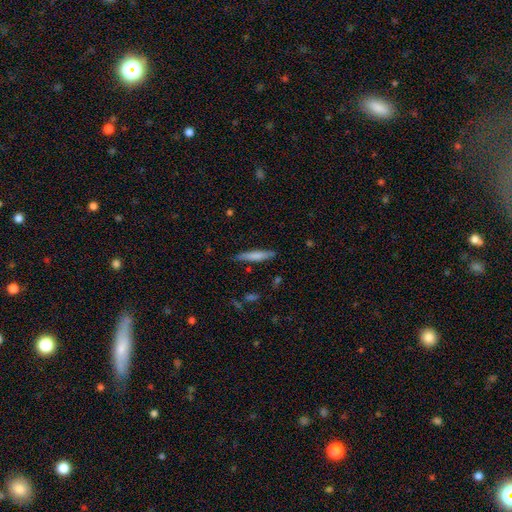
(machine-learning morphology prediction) smooth-or-featured: smooth: 72% | featured or disk: 22% | star or artifact: 6%
  how-rounded: cigar-shaped: 90% | in between: 8% | round: 1%
  merging: none: 83% | minor disturbance: 13% | major disturbance: 2% | merger: 2%